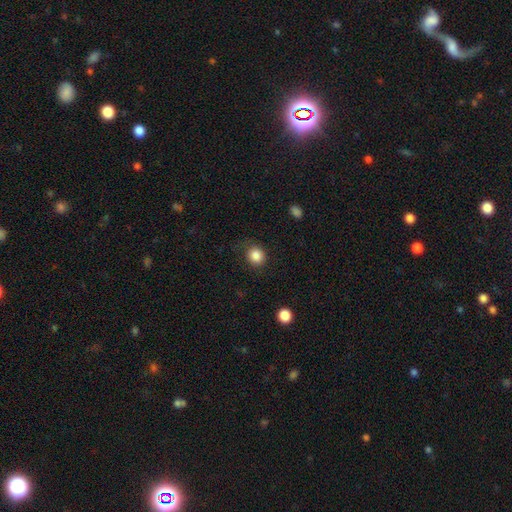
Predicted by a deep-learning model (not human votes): Smooth or featured?
  - smooth: 86% *
  - star or artifact: 10%
  - featured or disk: 4%
How rounded?
  - round: 82% *
  - in between: 17%
  - cigar-shaped: 1%
Merging?
  - none: 79% *
  - minor disturbance: 14%
  - major disturbance: 6%
  - merger: 1%